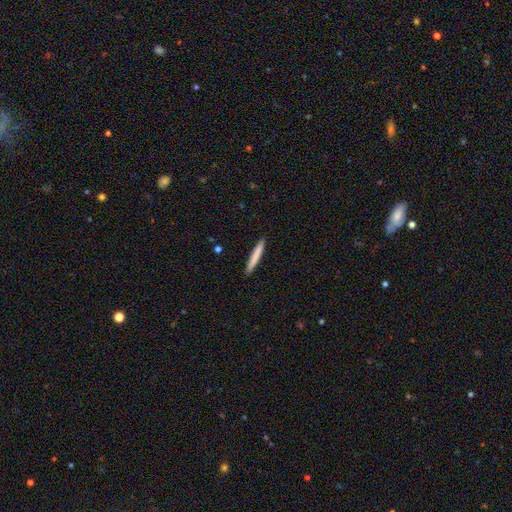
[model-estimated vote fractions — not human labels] This is likely a smooth galaxy (80%). How rounded: clearly cigar-shaped (96%). Merging: clearly none (91%).